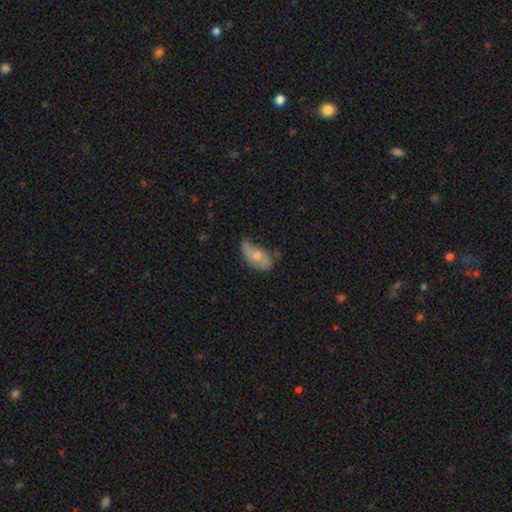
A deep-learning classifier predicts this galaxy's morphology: Q: Smooth or featured?
A: smooth (52%); runner-up: featured or disk (40%)
Q: How rounded?
A: in between (89%); runner-up: cigar-shaped (5%)
Q: Merging?
A: minor disturbance (42%); tied with: none (42%)